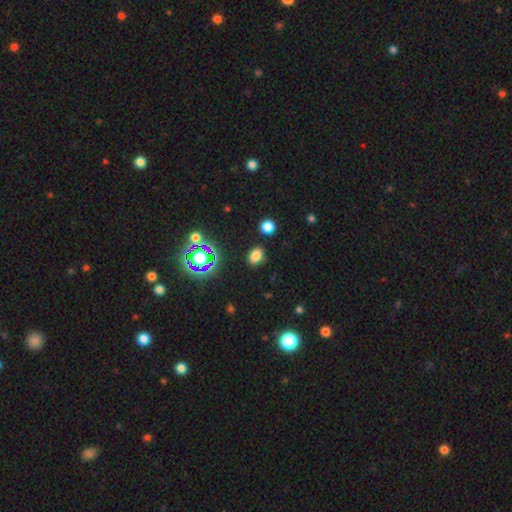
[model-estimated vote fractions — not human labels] smooth_or_featured: smooth (p=0.75) [alt: star or artifact p=0.19]
how_rounded: in between (p=0.69) [alt: round p=0.29]
merging: none (p=0.86) [alt: minor disturbance p=0.08]